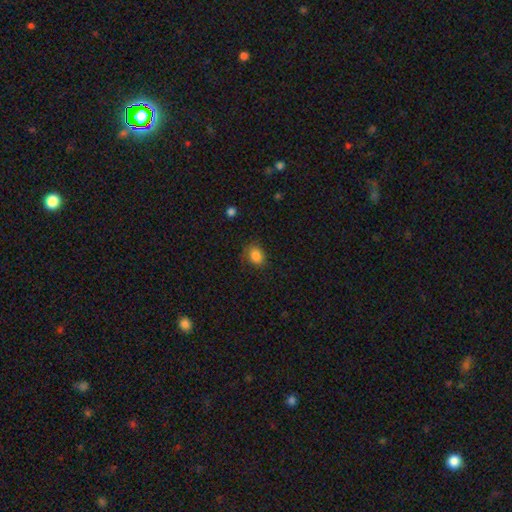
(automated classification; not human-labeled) Q: Smooth or featured?
A: smooth (85%); runner-up: star or artifact (10%)
Q: How rounded?
A: in between (51%); runner-up: round (48%)
Q: Merging?
A: none (70%); runner-up: minor disturbance (21%)